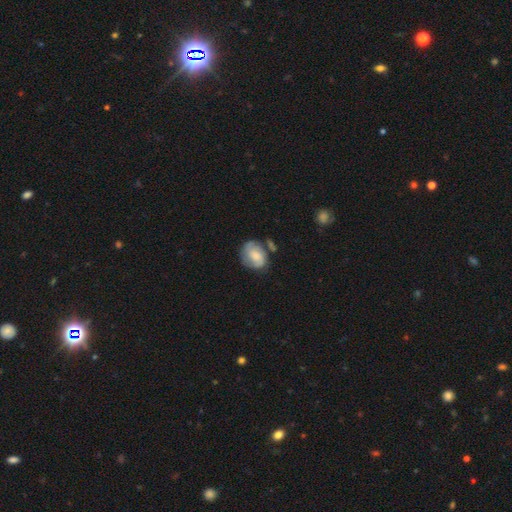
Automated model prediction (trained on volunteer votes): Smooth or featured?
  - smooth: 51% *
  - featured or disk: 41%
  - star or artifact: 8%
How rounded?
  - in between: 53% *
  - round: 46%
  - cigar-shaped: 1%
Merging?
  - none: 53% *
  - minor disturbance: 27%
  - major disturbance: 11%
  - merger: 9%